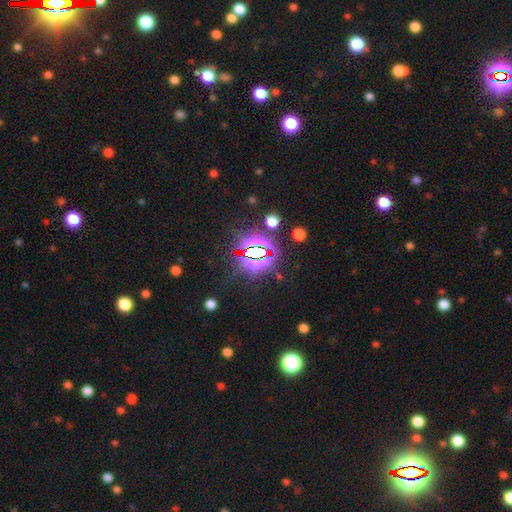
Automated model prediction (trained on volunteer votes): star or artifact 78%, smooth 12%, featured or disk 9%.